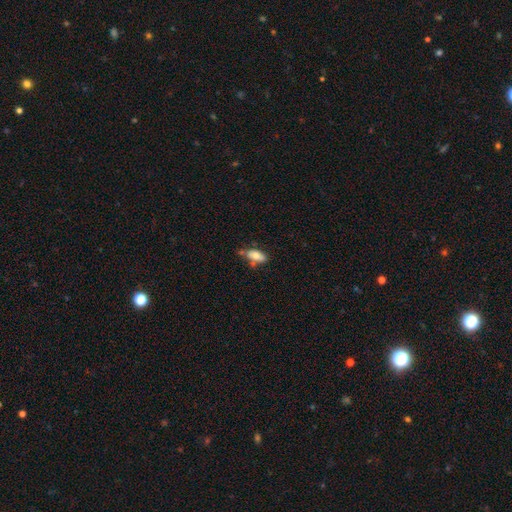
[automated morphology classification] Q: Smooth or featured?
A: smooth (72%); runner-up: featured or disk (20%)
Q: How rounded?
A: in between (80%); runner-up: cigar-shaped (17%)
Q: Merging?
A: none (55%); runner-up: minor disturbance (23%)